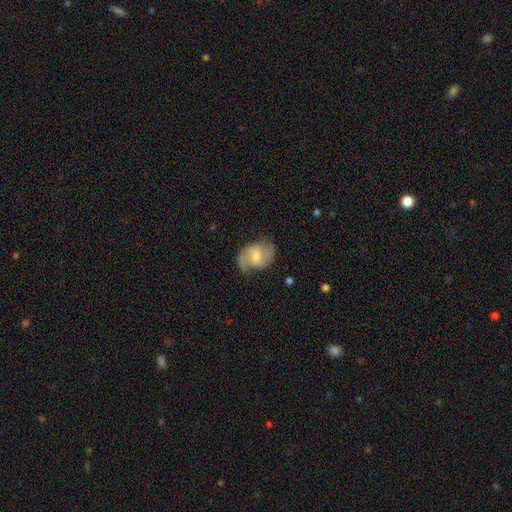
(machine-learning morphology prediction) featured or disk 72%, smooth 21%, star or artifact 7%. Down the decision tree: edge-on disk — no (97%); bar — weak (52%); spiral arms — yes (92%); spiral arm count — 2 (87%); spiral winding — medium (47%); bulge size — moderate (54%); merging — none (71%).